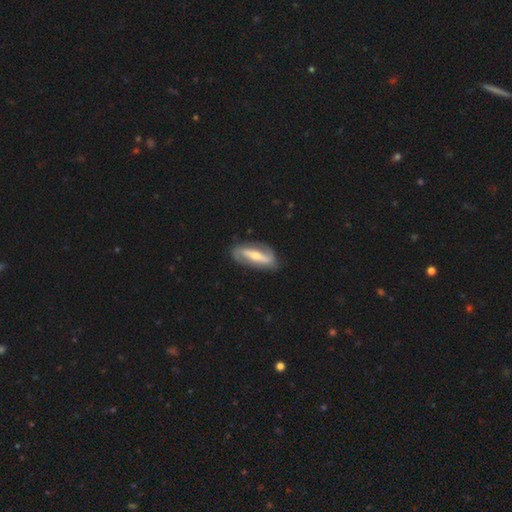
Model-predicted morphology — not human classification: Smooth or featured? featured or disk (79%)
Edge-on disk? no (86%)
Bar? strong (64%)
Spiral arms? yes (87%)
Spiral winding? loose (41%)
Spiral arm count? 2 (88%)
Bulge size? moderate (52%)
Merging? none (81%)